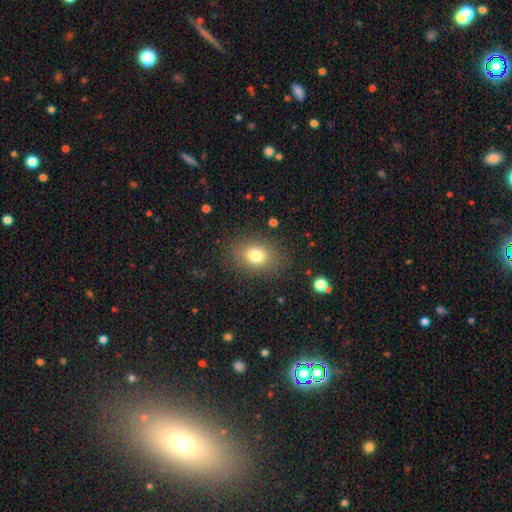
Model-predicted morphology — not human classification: Smooth or featured? Predicted: smooth (p=0.78). How rounded? Predicted: in between (p=0.61). Merging? Predicted: none (p=0.84).